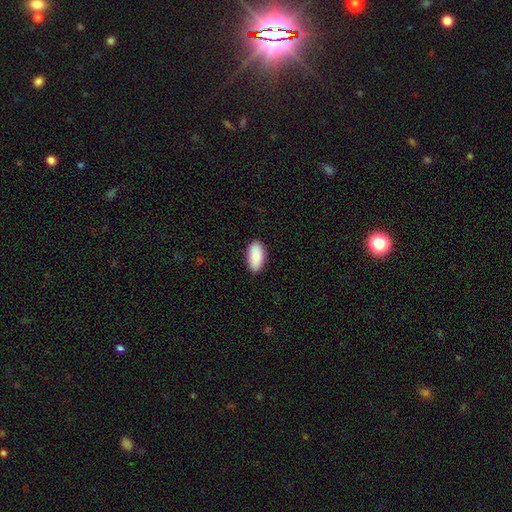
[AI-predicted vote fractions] Morphology: type=smooth (90%); roundness=in between (94%); merging=none (88%).